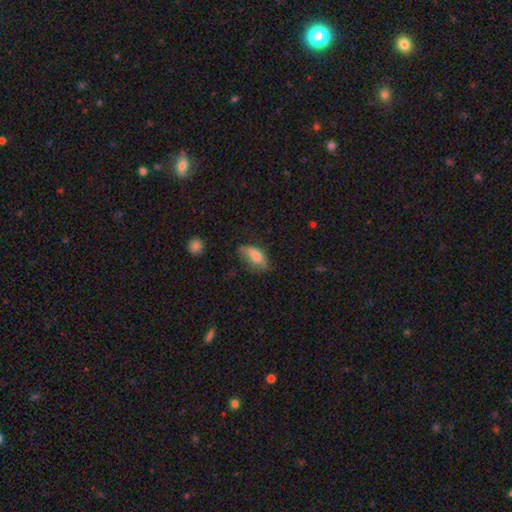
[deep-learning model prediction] Q: Smooth or featured?
A: smooth (72%); runner-up: featured or disk (20%)
Q: How rounded?
A: in between (79%); runner-up: cigar-shaped (18%)
Q: Merging?
A: none (50%); runner-up: minor disturbance (35%)